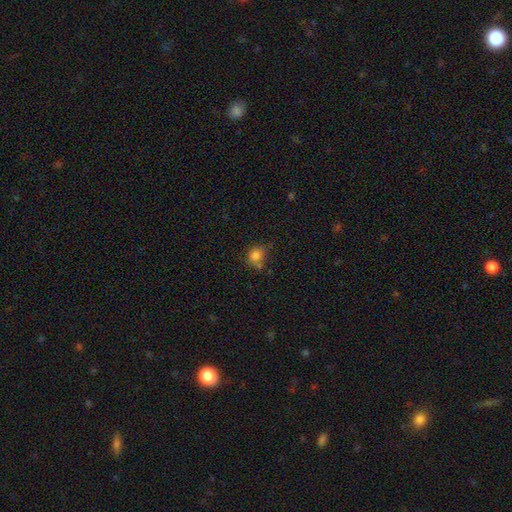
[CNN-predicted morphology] type=smooth (80%); roundness=round (74%); merging=none (56%).